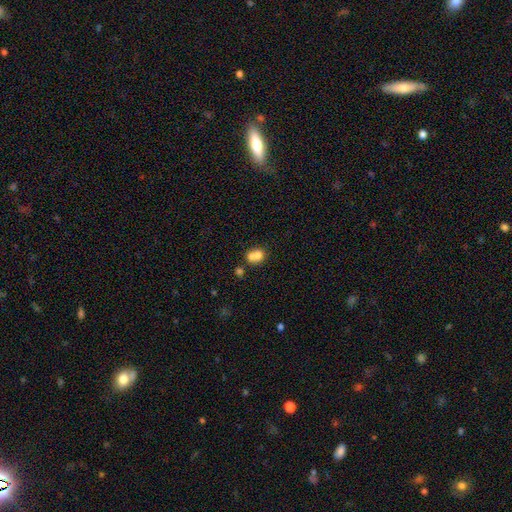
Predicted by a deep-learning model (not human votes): Smooth or featured: smooth — 73% (featured or disk — 16%)
How rounded: round — 66% (in between — 33%)
Merging: merger — 59% (none — 29%)